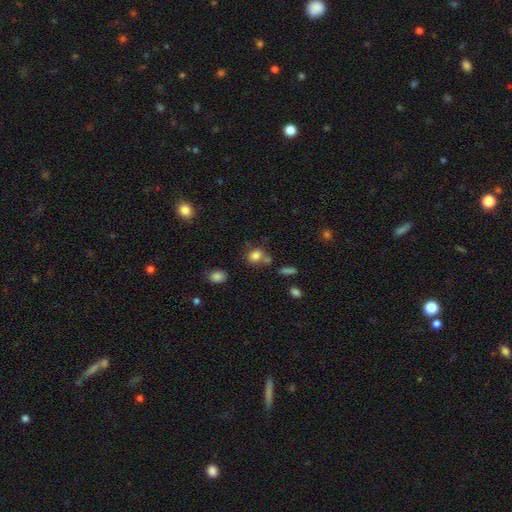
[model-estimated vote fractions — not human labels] Smooth or featured? Predicted: smooth (p=0.81). How rounded? Predicted: round (p=0.54). Merging? Predicted: none (p=0.55).